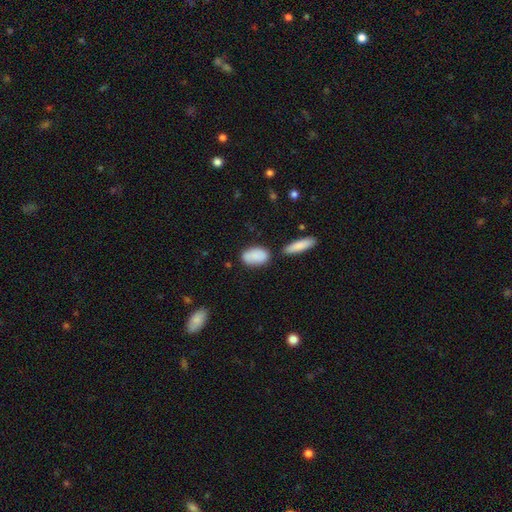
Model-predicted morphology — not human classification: This appears to be a smooth galaxy with no disk features (84%) that is in between round and cigar-shaped (91%). Merging: none (66%).